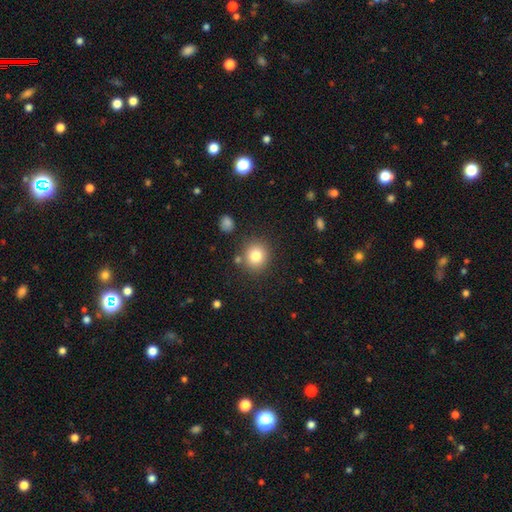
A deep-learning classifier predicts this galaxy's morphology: Smooth or featured? Predicted: smooth (p=0.80). How rounded? Predicted: round (p=0.86). Merging? Predicted: none (p=0.84).